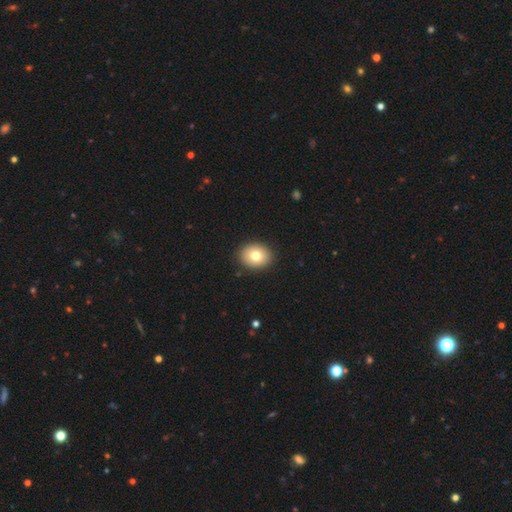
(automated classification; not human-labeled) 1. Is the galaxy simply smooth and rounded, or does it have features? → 77% smooth, 14% featured or disk, 9% star or artifact.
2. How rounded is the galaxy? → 54% round, 45% in between, 1% cigar-shaped.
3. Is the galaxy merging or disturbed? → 91% none, 6% minor disturbance, 2% major disturbance, 1% merger.